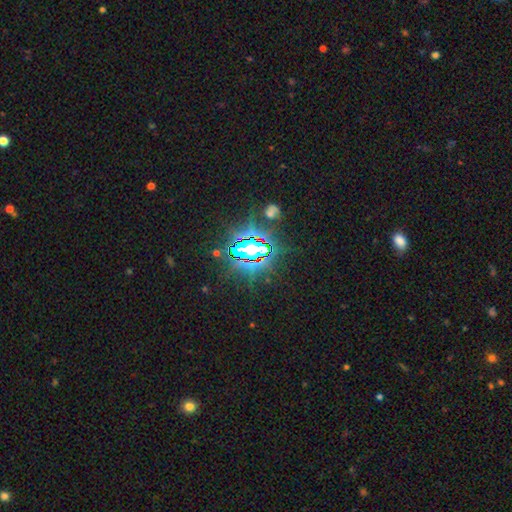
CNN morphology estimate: star or artifact 81%, smooth 10%, featured or disk 9%.